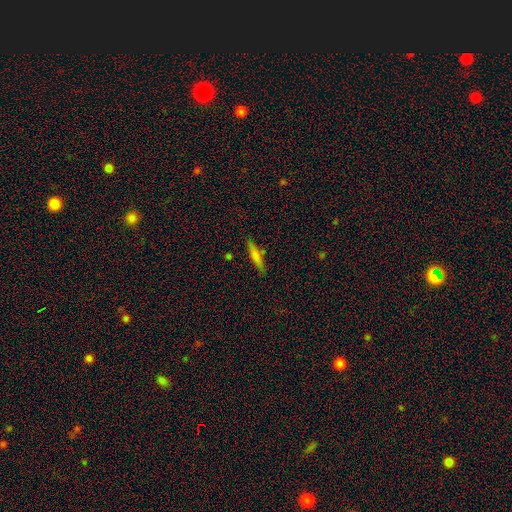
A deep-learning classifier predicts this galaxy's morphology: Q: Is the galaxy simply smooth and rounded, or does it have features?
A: smooth — 73%.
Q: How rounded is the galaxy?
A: cigar-shaped — 84%.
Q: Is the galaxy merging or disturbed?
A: none — 85%.